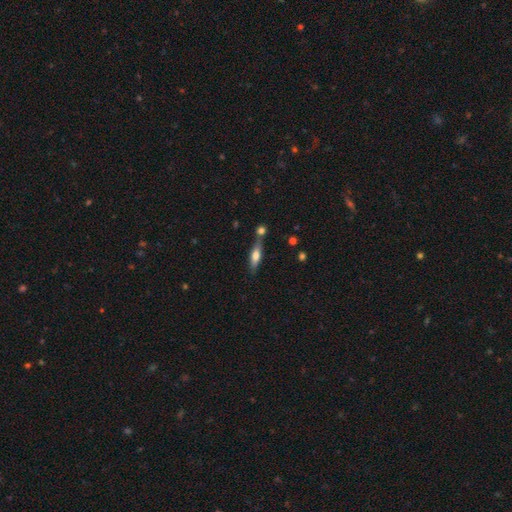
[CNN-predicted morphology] This is possibly a smooth galaxy (52%). How rounded: likely cigar-shaped (65%). Merging: likely none (62%).